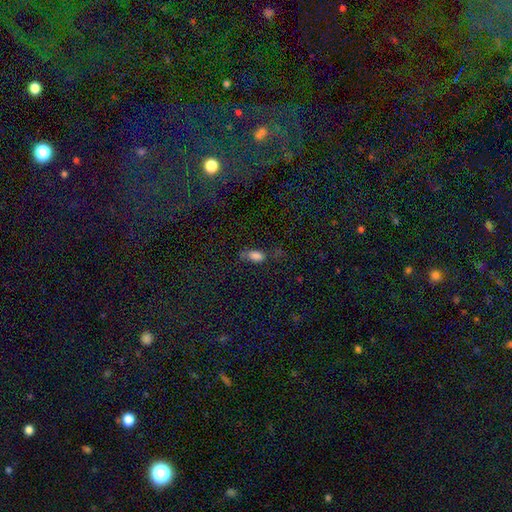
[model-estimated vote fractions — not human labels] A smooth galaxy with no disk features (79%) that is in between round and cigar-shaped (87%). Merging: none (50%).